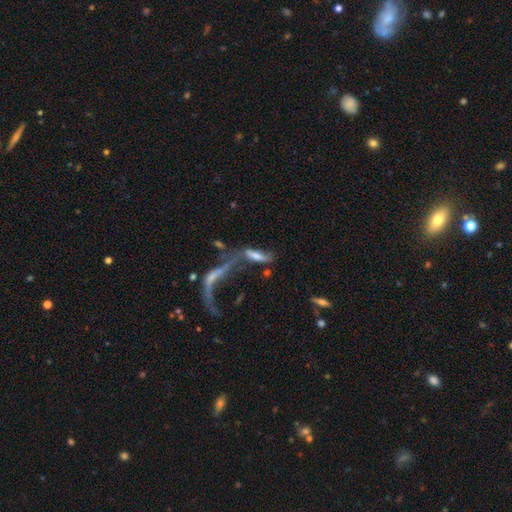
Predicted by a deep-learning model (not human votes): This appears to be a featured or disk galaxy (43%, tied with smooth). Merging: merger (56%).